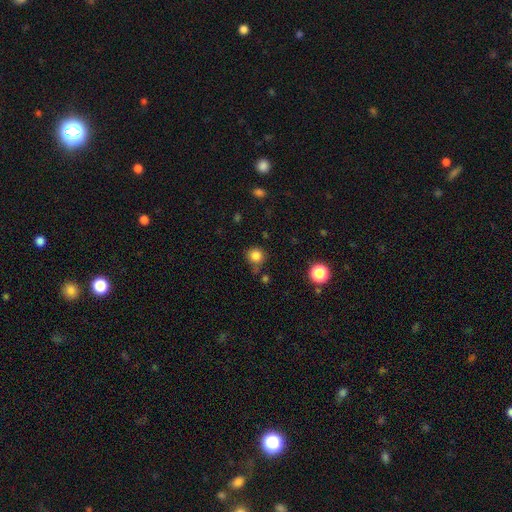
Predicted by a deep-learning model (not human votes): This is clearly a smooth galaxy (82%). How rounded: clearly round (91%). Merging: likely none (73%).